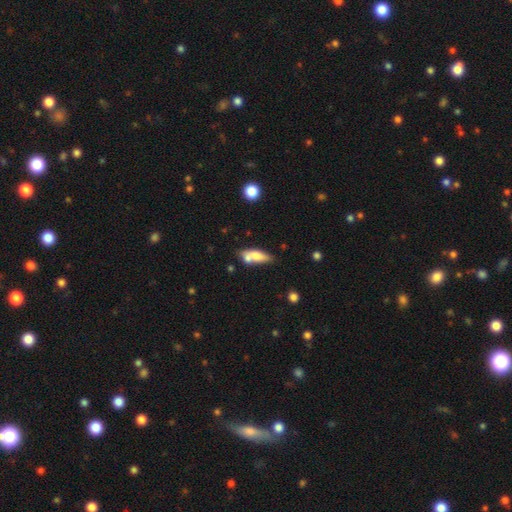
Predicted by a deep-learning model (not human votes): A smooth galaxy with no disk features (67%) that is in between round and cigar-shaped (58%).

Vote fractions:
- Smooth or featured? smooth: 67% / featured or disk: 25% / star or artifact: 7%
- How rounded? in between: 58% / cigar-shaped: 39% / round: 3%
- Merging? none: 46% / merger: 31% / minor disturbance: 17% / major disturbance: 6%